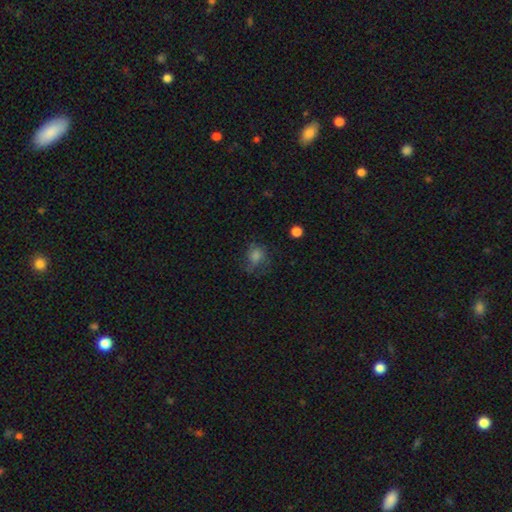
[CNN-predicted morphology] The model was most divided on "how rounded": round: 62%, in between: 37%, cigar-shaped: 1%. More confident: smooth or featured — smooth (62%); merging — none (55%).